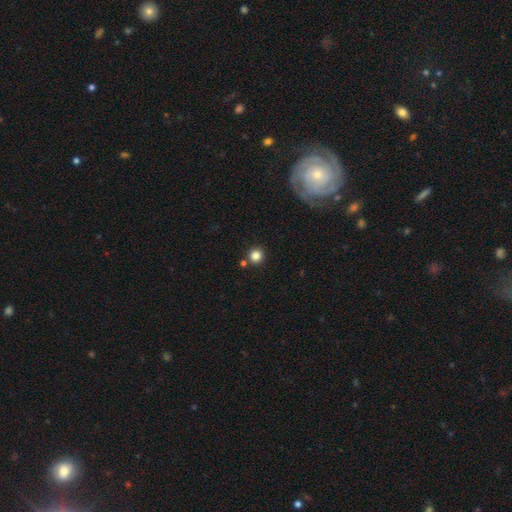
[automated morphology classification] smooth-or-featured: smooth: 83% | star or artifact: 12% | featured or disk: 5%
  how-rounded: round: 93% | in between: 6% | cigar-shaped: 1%
  merging: none: 84% | merger: 8% | minor disturbance: 7% | major disturbance: 2%